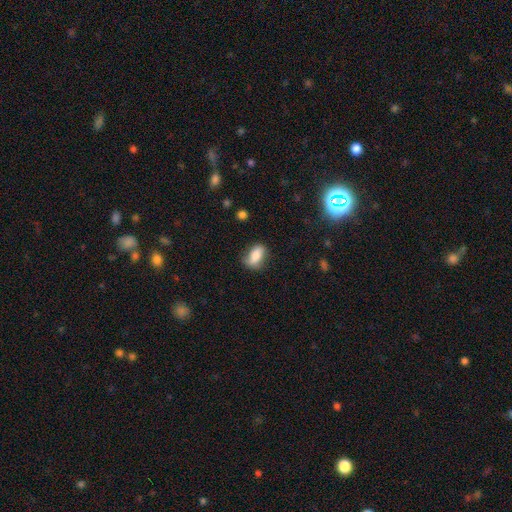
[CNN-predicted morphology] Q: Smooth or featured?
A: smooth (75%); runner-up: featured or disk (17%)
Q: How rounded?
A: in between (85%); runner-up: round (9%)
Q: Merging?
A: none (70%); runner-up: minor disturbance (22%)